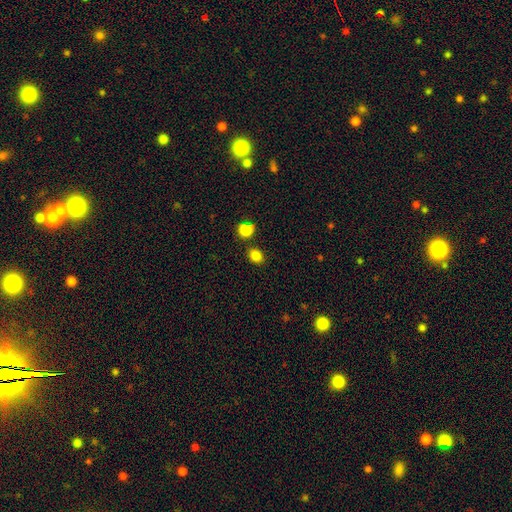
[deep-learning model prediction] Q: Smooth or featured?
A: smooth (83%); runner-up: star or artifact (13%)
Q: How rounded?
A: round (57%); runner-up: in between (42%)
Q: Merging?
A: none (81%); runner-up: minor disturbance (9%)